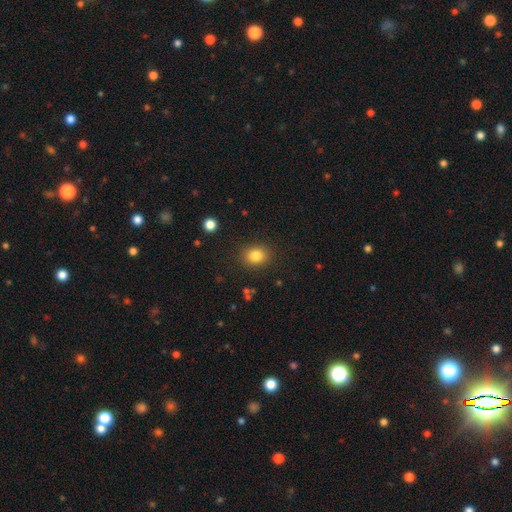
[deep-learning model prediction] Smooth or featured: smooth — 82% (star or artifact — 11%)
How rounded: round — 58% (in between — 41%)
Merging: none — 87% (minor disturbance — 9%)